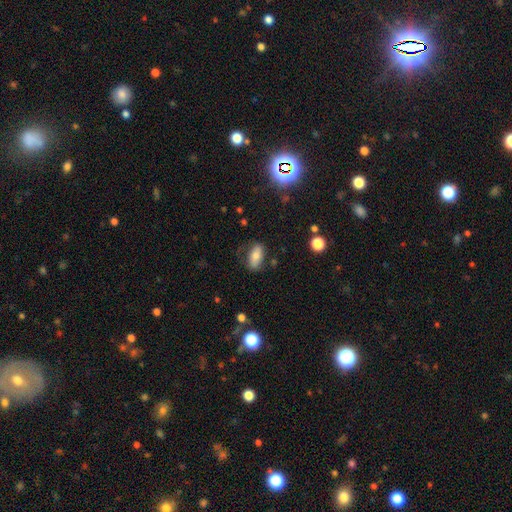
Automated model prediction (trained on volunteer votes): The model was most divided on "merging": none: 69%, minor disturbance: 21%, major disturbance: 8%, merger: 2%. More confident: how rounded — in between (87%); smooth or featured — smooth (70%).